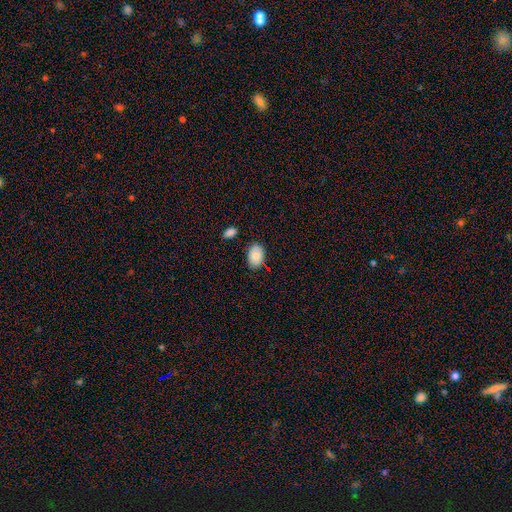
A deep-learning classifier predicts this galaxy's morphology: smooth 79%, featured or disk 14%, star or artifact 7%. Down the decision tree: how rounded — in between (84%); merging — none (80%).